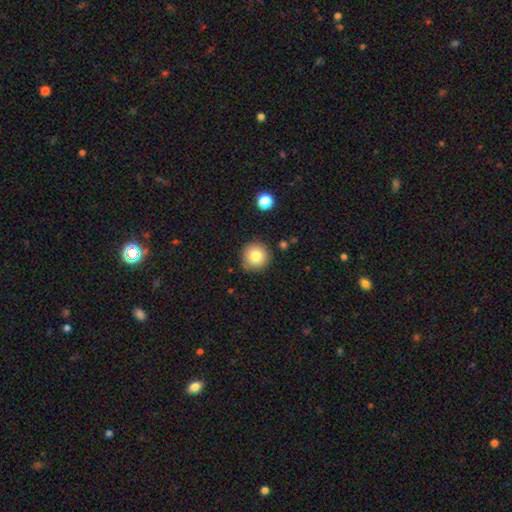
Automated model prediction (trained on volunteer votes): Smooth or featured: smooth — 81% (star or artifact — 10%)
How rounded: round — 94% (in between — 5%)
Merging: none — 87% (minor disturbance — 9%)